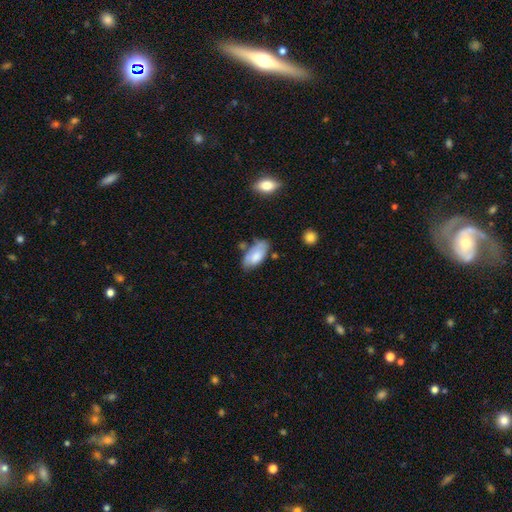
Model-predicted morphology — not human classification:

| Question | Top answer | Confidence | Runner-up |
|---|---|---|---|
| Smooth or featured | smooth | 72% | featured or disk (21%) |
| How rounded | in between | 92% | cigar-shaped (6%) |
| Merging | none | 56% | minor disturbance (28%) |